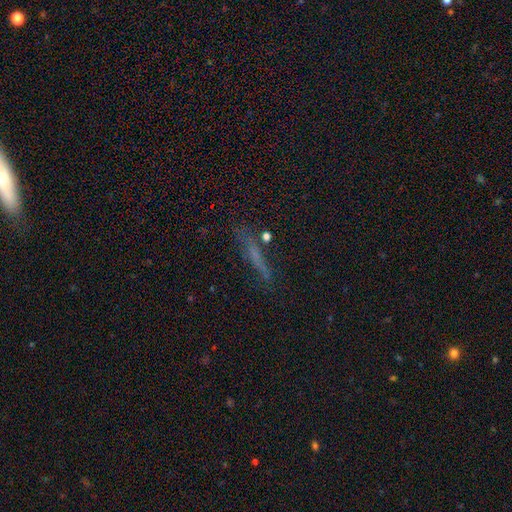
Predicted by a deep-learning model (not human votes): Q: Smooth or featured?
A: smooth (43%); runner-up: featured or disk (37%)
Q: Merging?
A: none (77%); runner-up: minor disturbance (14%)